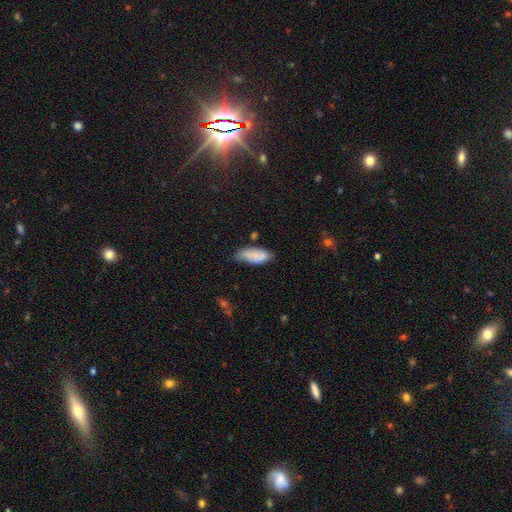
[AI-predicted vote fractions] Smooth or featured? Predicted: smooth (p=0.72). How rounded? Predicted: in between (p=0.85). Merging? Predicted: none (p=0.42).